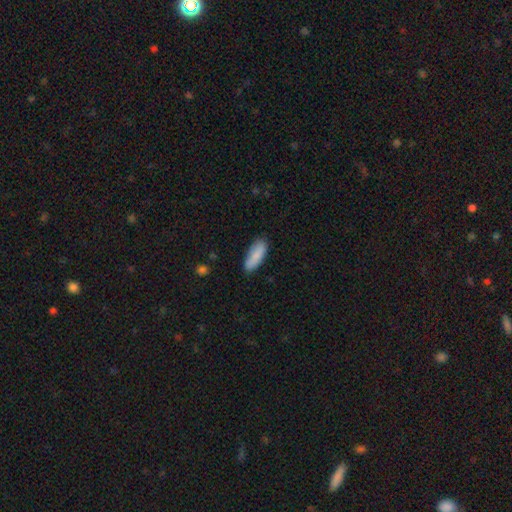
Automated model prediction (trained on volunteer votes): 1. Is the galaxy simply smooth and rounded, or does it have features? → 85% smooth, 9% featured or disk, 6% star or artifact.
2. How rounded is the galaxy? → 65% in between, 33% cigar-shaped, 2% round.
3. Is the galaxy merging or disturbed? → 80% none, 15% minor disturbance, 3% major disturbance, 2% merger.